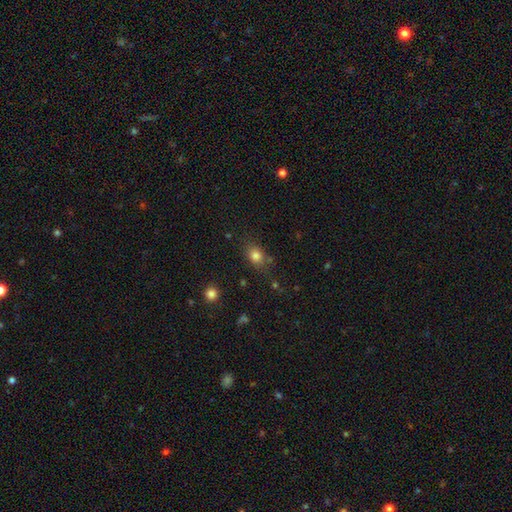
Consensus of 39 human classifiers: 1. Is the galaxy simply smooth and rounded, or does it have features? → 90% smooth, 10% star or artifact, 0% featured or disk.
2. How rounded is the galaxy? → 60% in between, 40% round, 0% cigar-shaped.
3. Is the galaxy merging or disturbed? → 57% none, 29% minor disturbance, 9% merger, 6% major disturbance.